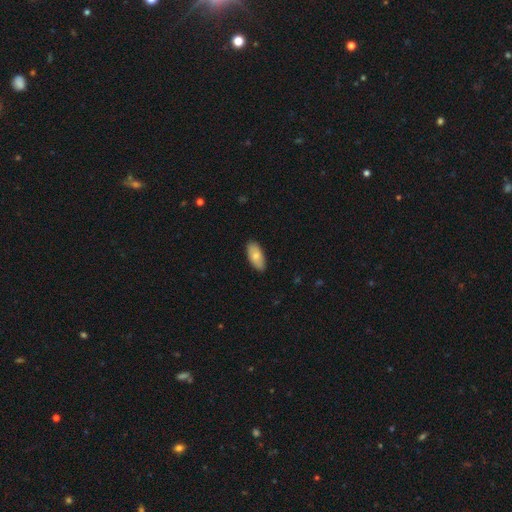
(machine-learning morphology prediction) Smooth or featured? Predicted: smooth (p=0.78). How rounded? Predicted: in between (p=0.91). Merging? Predicted: none (p=0.89).